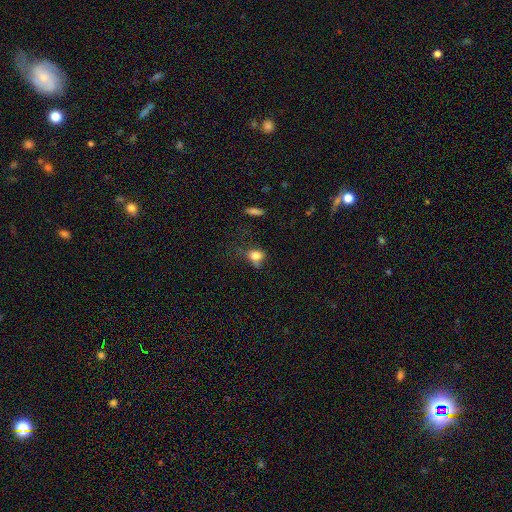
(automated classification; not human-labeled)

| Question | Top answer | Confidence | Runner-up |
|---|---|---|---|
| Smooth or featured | smooth | 77% | star or artifact (12%) |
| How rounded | in between | 58% | round (39%) |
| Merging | none | 40% | minor disturbance (29%) |